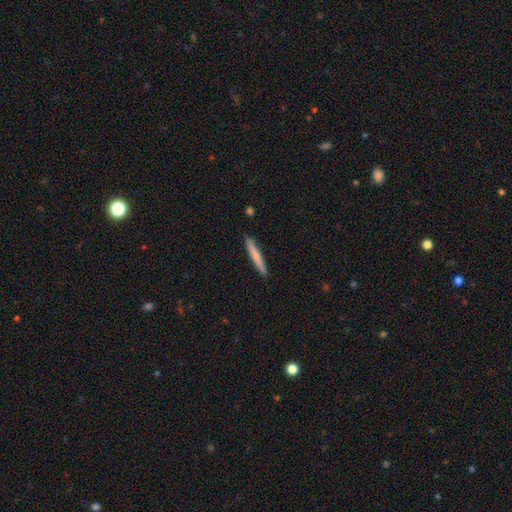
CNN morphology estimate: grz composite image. It shows a smooth galaxy with no disk features (73%) that is cigar-shaped (96%). Merging: none (91%).